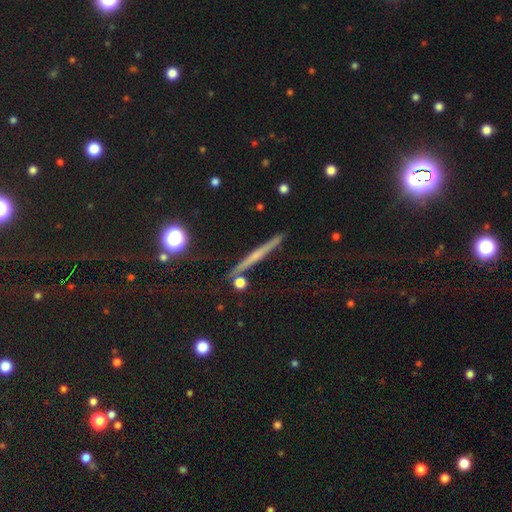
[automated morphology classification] Smooth or featured? featured or disk (54%)
Edge-on disk? yes (97%)
Edge-on bulge? none (56%)
Merging? none (89%)